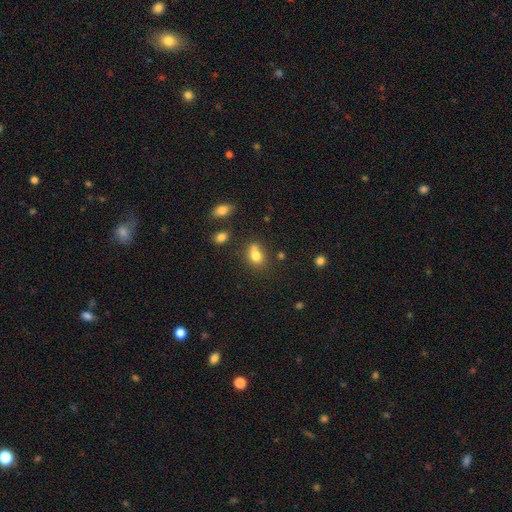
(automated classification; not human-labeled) This appears to be a smooth galaxy with no disk features (77%) that is in between round and cigar-shaped (51%). Merging: none (43%).